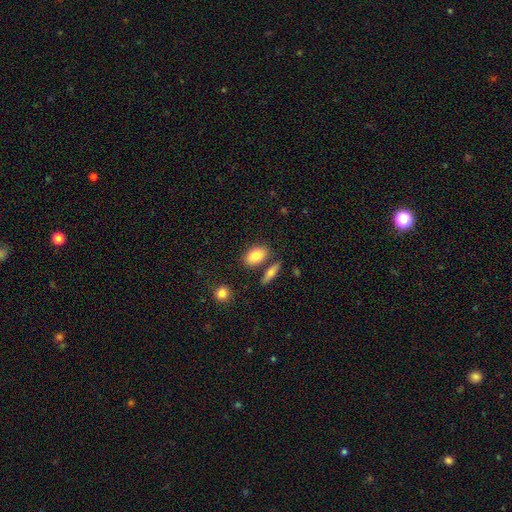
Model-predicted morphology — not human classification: A smooth galaxy with no disk features (83%) that is in between round and cigar-shaped (87%). Merging: none (73%).